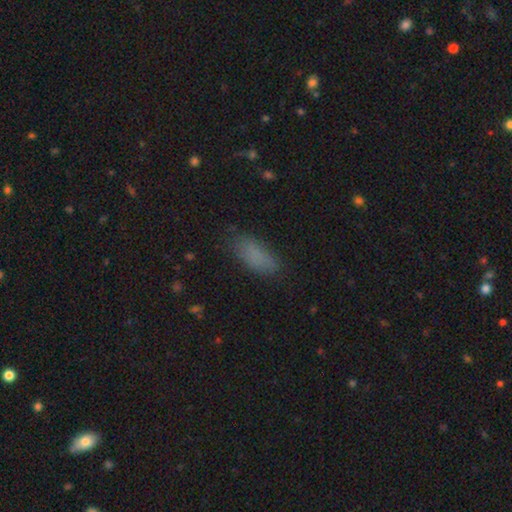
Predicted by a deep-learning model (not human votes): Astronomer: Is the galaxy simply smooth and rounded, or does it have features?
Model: smooth — 82%.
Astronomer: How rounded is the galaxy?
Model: in between — 78%.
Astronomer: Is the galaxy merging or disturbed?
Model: none — 77%.